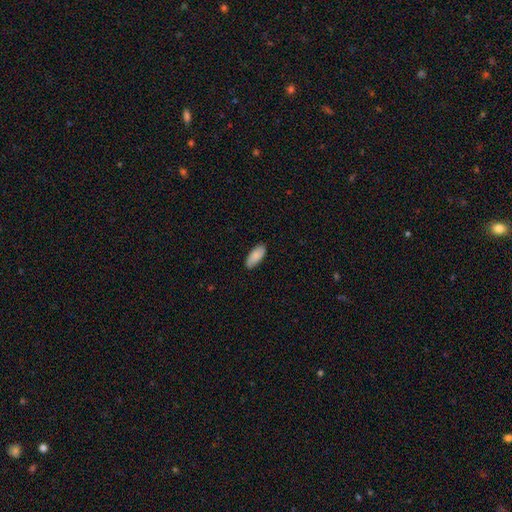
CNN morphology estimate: type=smooth (83%); roundness=in between (87%); merging=none (85%).